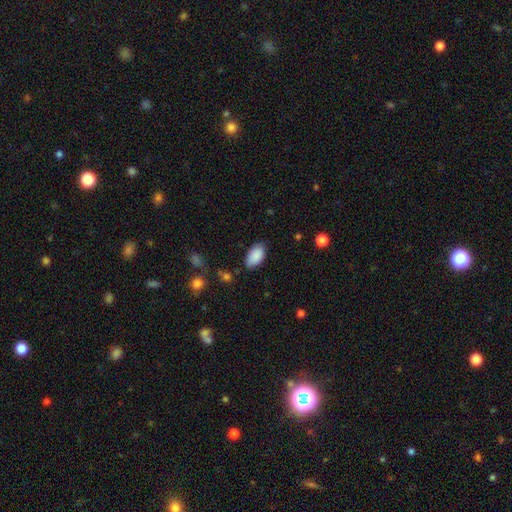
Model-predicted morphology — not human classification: Q: Smooth or featured?
A: smooth (89%); runner-up: star or artifact (7%)
Q: How rounded?
A: in between (95%); runner-up: round (3%)
Q: Merging?
A: none (79%); runner-up: minor disturbance (16%)